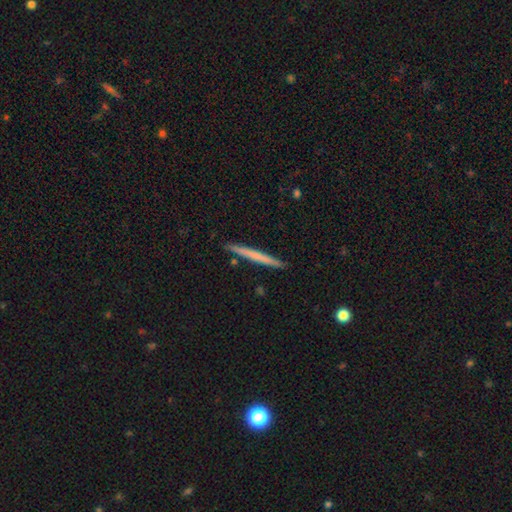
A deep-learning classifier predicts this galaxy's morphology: type=smooth (56%); roundness=cigar-shaped (97%); merging=none (91%).